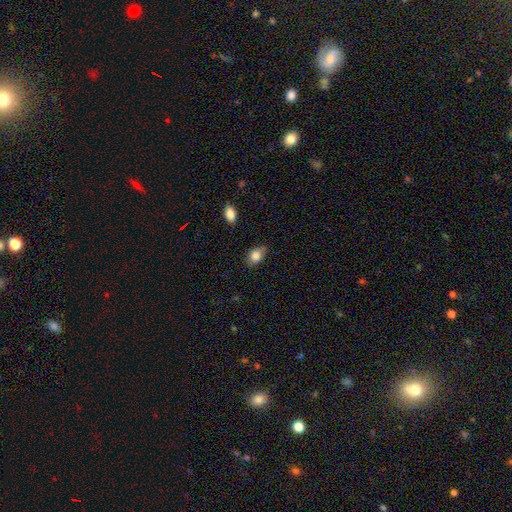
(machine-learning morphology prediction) Smooth or featured? Predicted: smooth (p=0.83). How rounded? Predicted: in between (p=0.80). Merging? Predicted: none (p=0.76).